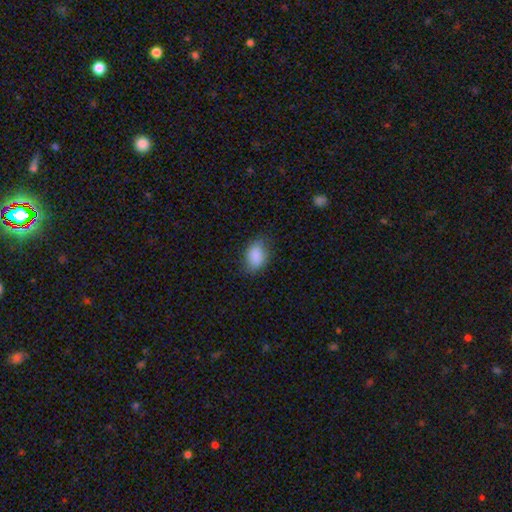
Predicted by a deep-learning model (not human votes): Smooth or featured: smooth — 88% (star or artifact — 7%)
How rounded: in between — 81% (round — 17%)
Merging: none — 77% (minor disturbance — 18%)